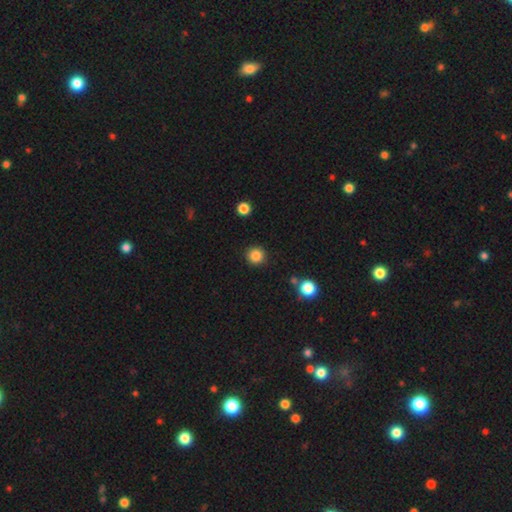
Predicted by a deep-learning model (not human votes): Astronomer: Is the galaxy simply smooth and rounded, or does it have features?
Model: smooth — 85%.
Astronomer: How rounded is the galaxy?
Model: round — 95%.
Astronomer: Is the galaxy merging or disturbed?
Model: none — 91%.